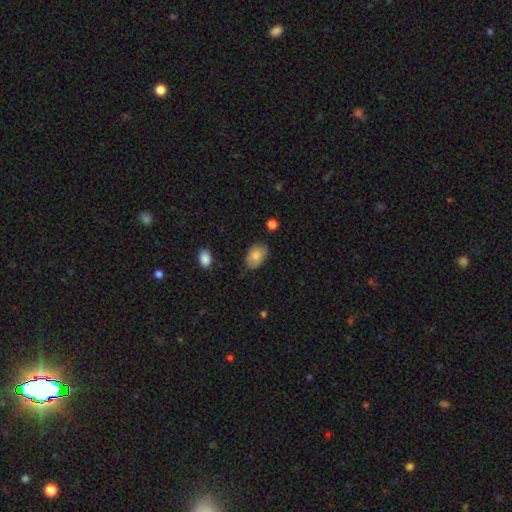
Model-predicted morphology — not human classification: Smooth or featured? Predicted: smooth (p=0.83). How rounded? Predicted: in between (p=0.89). Merging? Predicted: none (p=0.74).